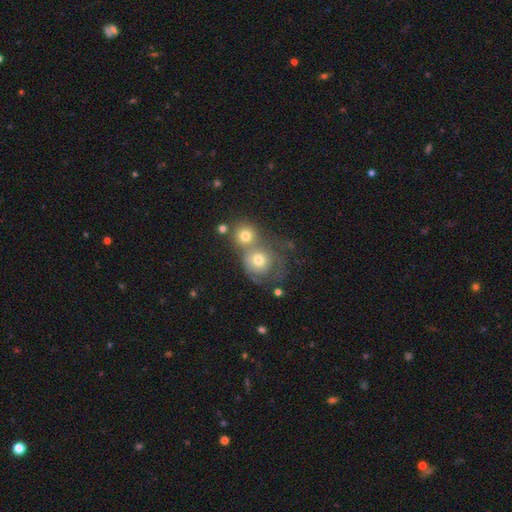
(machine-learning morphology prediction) Smooth or featured: smooth — 46% (featured or disk — 37%)
Merging: merger — 52% (none — 32%)